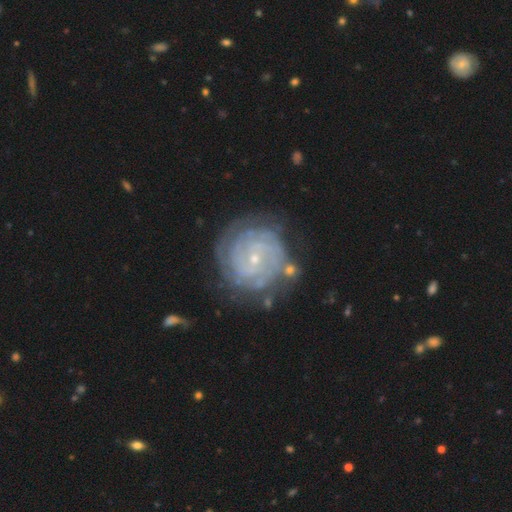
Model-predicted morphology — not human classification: smooth-or-featured: featured or disk: 86% | smooth: 8% | star or artifact: 7%
  disk-edge-on: no: 98% | yes: 2%
    bar: no: 61% | weak: 29% | strong: 10%
    has-spiral-arms: yes: 97% | no: 3%
      spiral-winding: tight: 85% | medium: 13% | loose: 3%
      spiral-arm-count: can't tell: 27% | 2: 25% | 3: 17% | 4: 15% | more than 4: 9% | 1: 7%
    bulge-size: small: 80% | moderate: 16% | none: 2% | large: 1% | dominant: 1%
  merging: none: 76% | minor disturbance: 15% | major disturbance: 6% | merger: 3%